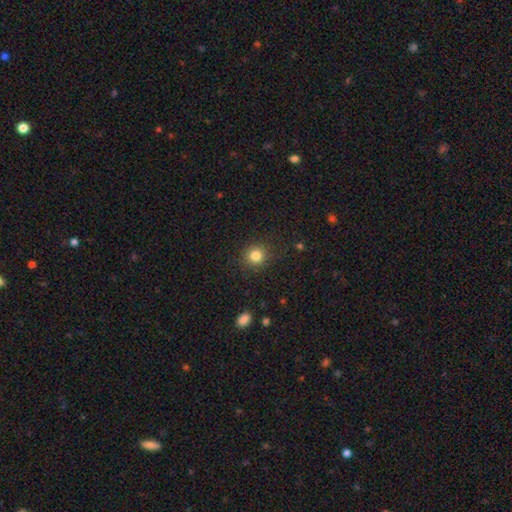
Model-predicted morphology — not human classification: This appears to be a smooth galaxy with no disk features (82%) that is round (90%). Merging: none (89%).